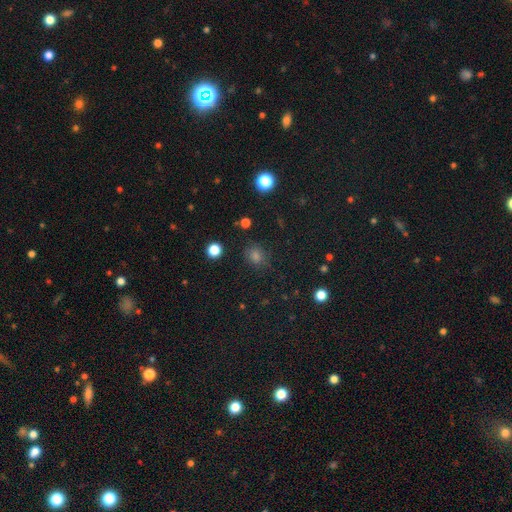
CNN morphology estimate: Smooth or featured: smooth — 70% (star or artifact — 24%)
How rounded: round — 71% (in between — 28%)
Merging: none — 82% (minor disturbance — 12%)